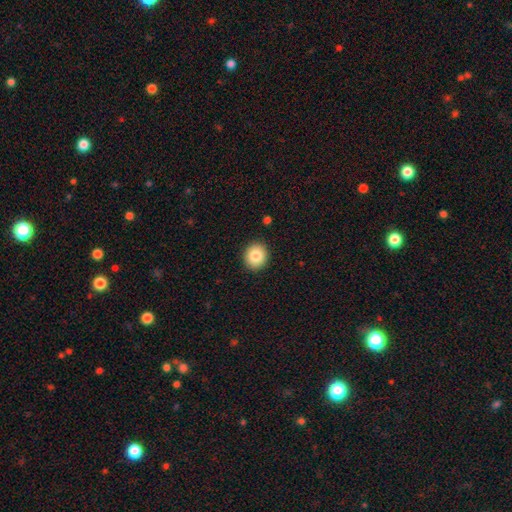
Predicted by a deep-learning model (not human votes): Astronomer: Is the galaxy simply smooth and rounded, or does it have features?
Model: smooth — 84%.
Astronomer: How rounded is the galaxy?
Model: round — 81%.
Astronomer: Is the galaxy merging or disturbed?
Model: none — 91%.